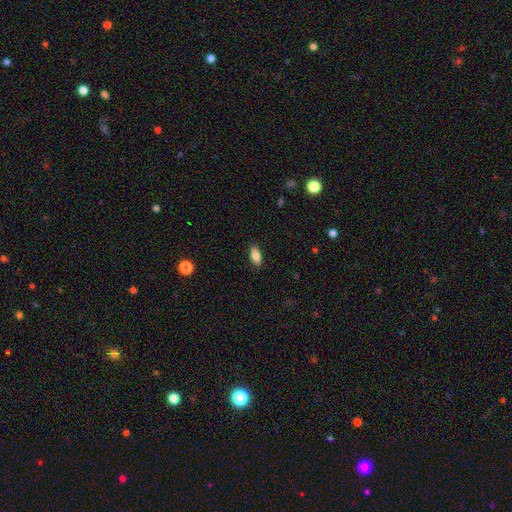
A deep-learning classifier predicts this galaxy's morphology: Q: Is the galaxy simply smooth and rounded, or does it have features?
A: smooth — 83%.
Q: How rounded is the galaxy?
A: in between — 83%.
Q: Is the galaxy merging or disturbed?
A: none — 89%.